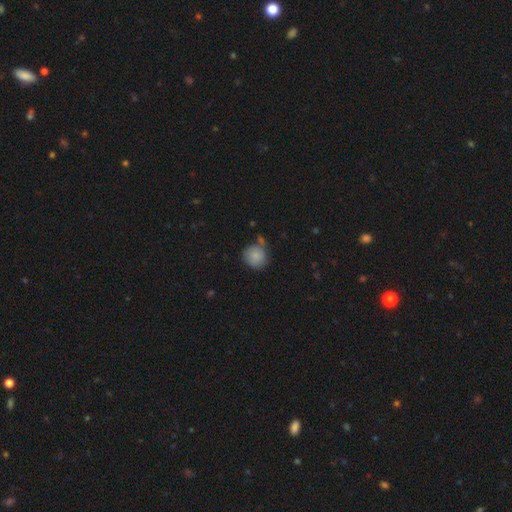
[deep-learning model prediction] Smooth or featured?
  - smooth: 84% *
  - featured or disk: 9%
  - star or artifact: 8%
How rounded?
  - round: 87% *
  - in between: 12%
  - cigar-shaped: 1%
Merging?
  - none: 63% *
  - minor disturbance: 20%
  - merger: 12%
  - major disturbance: 6%